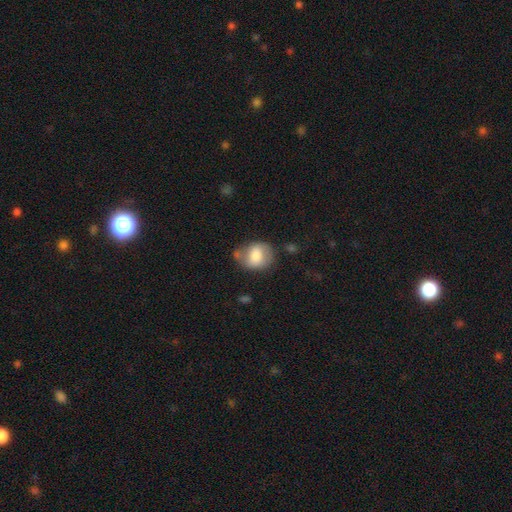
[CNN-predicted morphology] Smooth or featured? smooth (67%)
How rounded? round (54%)
Merging? none (52%)